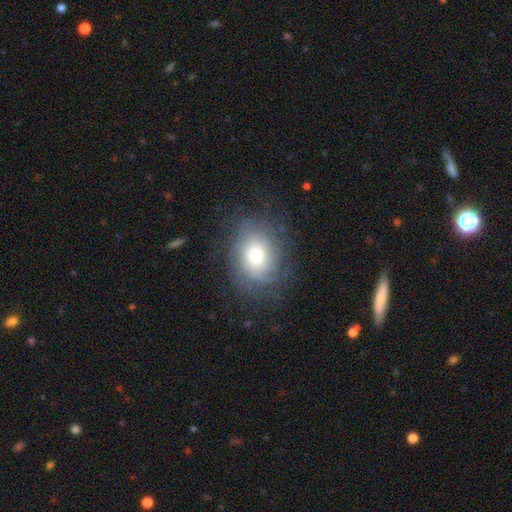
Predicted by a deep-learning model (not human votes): A featured or disk galaxy (56%) with no bar (80%), spiral arms (81%) and a moderate central bulge (60%). Merging: none (73%).